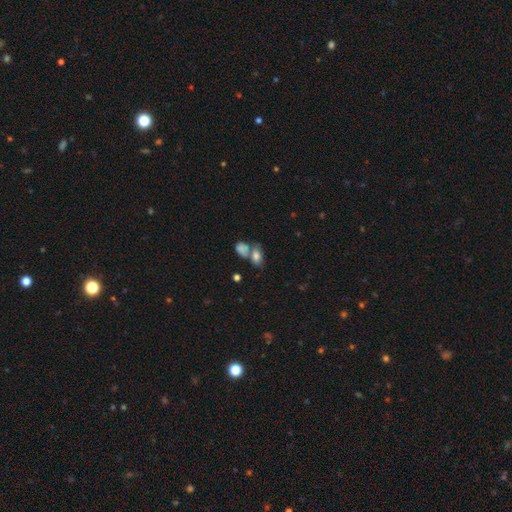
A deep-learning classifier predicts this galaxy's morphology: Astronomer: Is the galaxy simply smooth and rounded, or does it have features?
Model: smooth — 70%.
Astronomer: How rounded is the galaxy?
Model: in between — 78%.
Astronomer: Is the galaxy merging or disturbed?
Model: merger — 45% (runner-up: none, 38%).